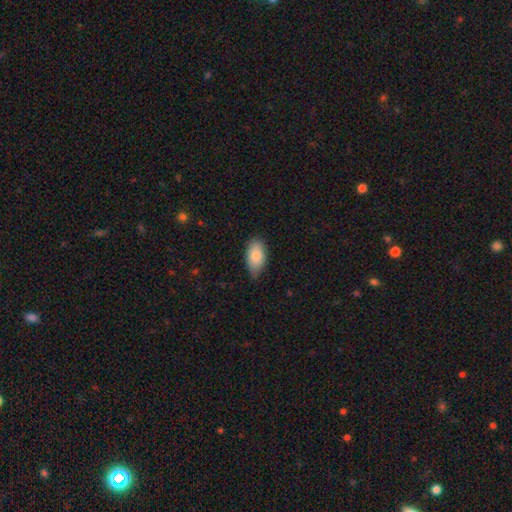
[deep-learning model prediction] This appears to be a smooth galaxy with no disk features (81%) that is in between round and cigar-shaped (93%). Merging: none (71%).